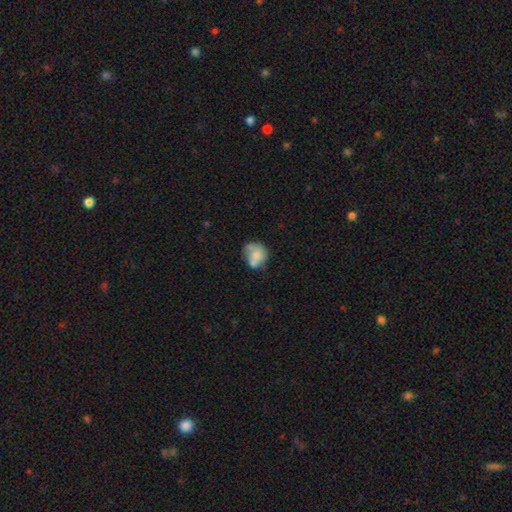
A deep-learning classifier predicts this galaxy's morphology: Q: Smooth or featured?
A: smooth (62%); runner-up: featured or disk (29%)
Q: How rounded?
A: round (68%); runner-up: in between (31%)
Q: Merging?
A: none (39%); runner-up: merger (26%)